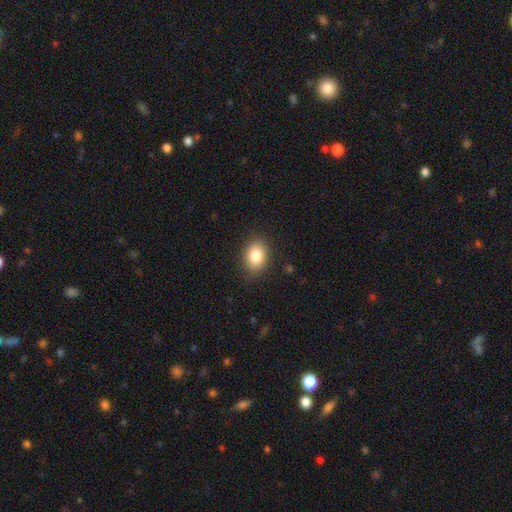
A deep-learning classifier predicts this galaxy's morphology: This is clearly a smooth galaxy (85%). How rounded: likely in between (69%). Merging: clearly none (87%).